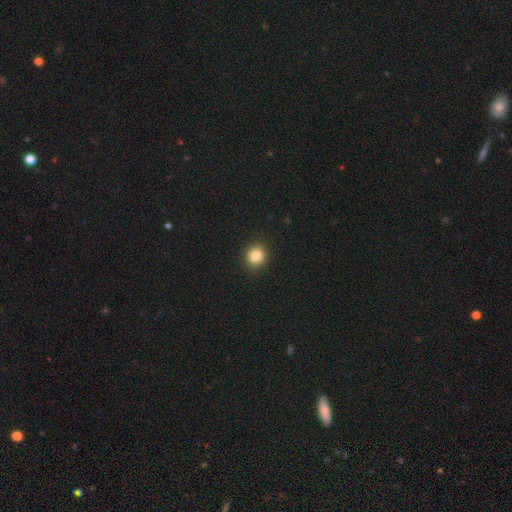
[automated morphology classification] Q: Smooth or featured?
A: smooth (84%); runner-up: star or artifact (11%)
Q: How rounded?
A: round (90%); runner-up: in between (9%)
Q: Merging?
A: none (93%); runner-up: minor disturbance (5%)